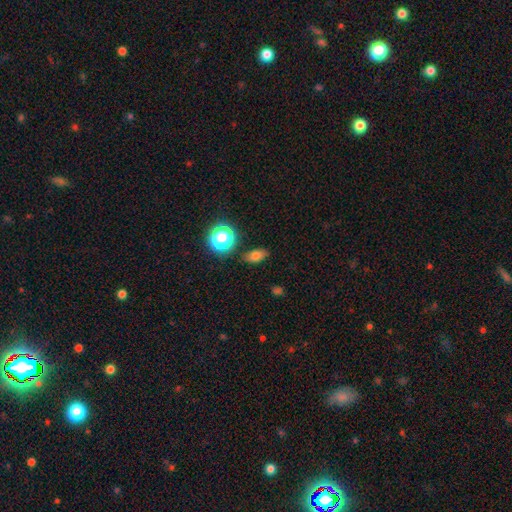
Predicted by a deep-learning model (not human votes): Smooth or featured: smooth — 73% (star or artifact — 16%)
How rounded: in between — 78% (round — 18%)
Merging: none — 82% (minor disturbance — 12%)